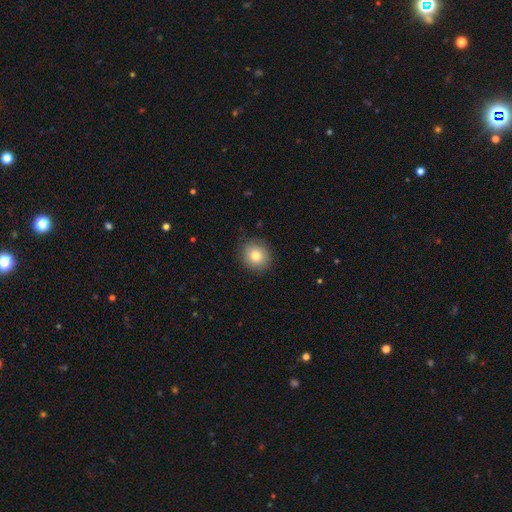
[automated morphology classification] Smooth or featured: smooth — 81% (star or artifact — 10%)
How rounded: round — 86% (in between — 13%)
Merging: none — 88% (minor disturbance — 9%)